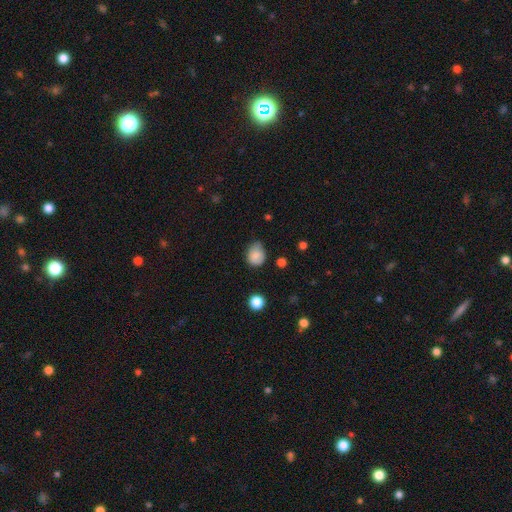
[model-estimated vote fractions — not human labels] Morphology: type=smooth (82%); roundness=round (58%); merging=none (53%).